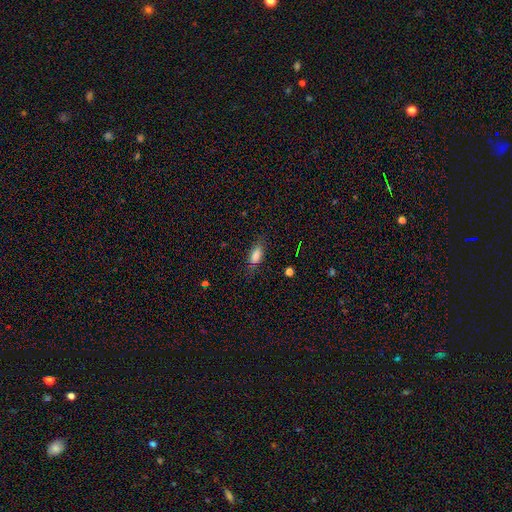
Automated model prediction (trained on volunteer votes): Q: Smooth or featured?
A: smooth (78%); runner-up: featured or disk (13%)
Q: How rounded?
A: in between (76%); runner-up: cigar-shaped (20%)
Q: Merging?
A: none (75%); runner-up: minor disturbance (18%)